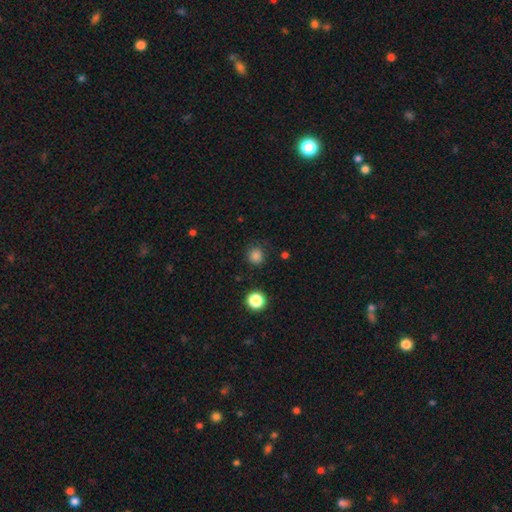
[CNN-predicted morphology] Smooth or featured?
  - smooth: 82% *
  - star or artifact: 15%
  - featured or disk: 4%
How rounded?
  - round: 92% *
  - in between: 8%
  - cigar-shaped: 1%
Merging?
  - none: 82% *
  - minor disturbance: 12%
  - major disturbance: 4%
  - merger: 2%